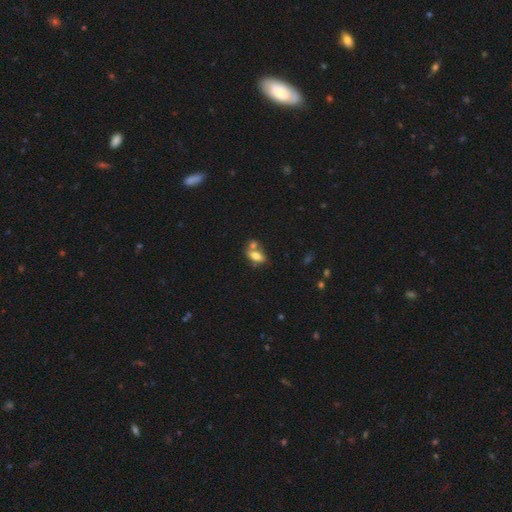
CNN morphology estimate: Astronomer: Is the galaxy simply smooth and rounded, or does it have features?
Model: smooth — 69%.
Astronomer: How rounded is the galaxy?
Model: in between — 83%.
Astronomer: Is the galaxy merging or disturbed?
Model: none — 42% (runner-up: merger, 40%).